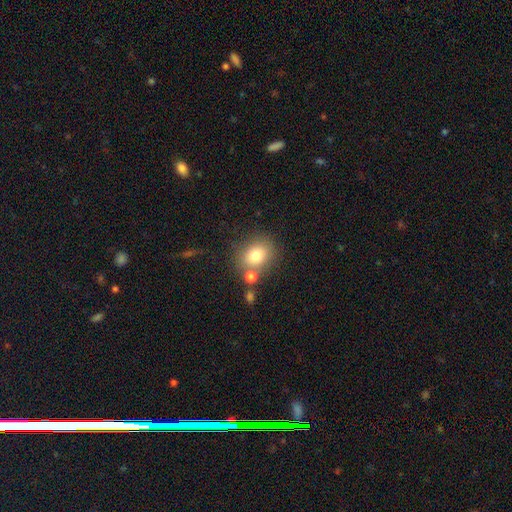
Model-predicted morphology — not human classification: Smooth or featured?
  - smooth: 77% *
  - featured or disk: 12%
  - star or artifact: 11%
How rounded?
  - round: 58% *
  - in between: 41%
  - cigar-shaped: 1%
Merging?
  - none: 66% *
  - merger: 16%
  - minor disturbance: 12%
  - major disturbance: 5%